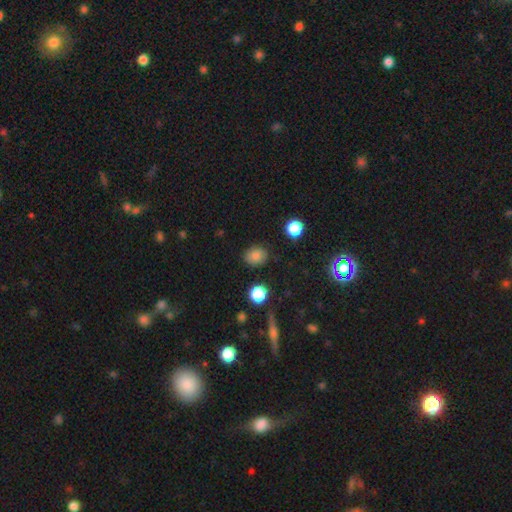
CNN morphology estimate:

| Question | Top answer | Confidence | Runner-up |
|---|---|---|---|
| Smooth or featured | smooth | 82% | star or artifact (12%) |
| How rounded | round | 59% | in between (40%) |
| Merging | none | 85% | minor disturbance (11%) |